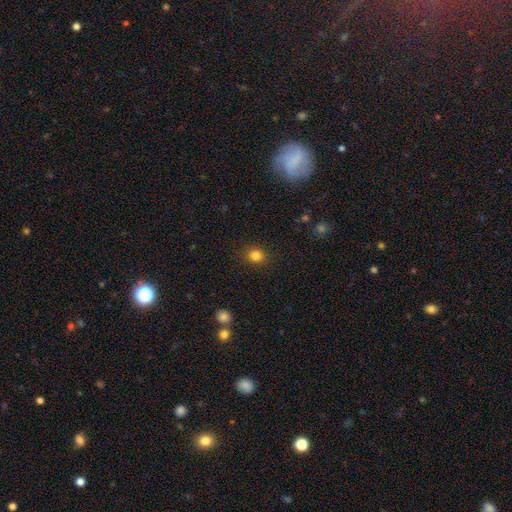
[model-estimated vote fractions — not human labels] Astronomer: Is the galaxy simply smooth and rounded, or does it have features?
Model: smooth — 83%.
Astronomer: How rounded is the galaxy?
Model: round — 69%.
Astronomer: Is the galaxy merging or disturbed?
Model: none — 88%.